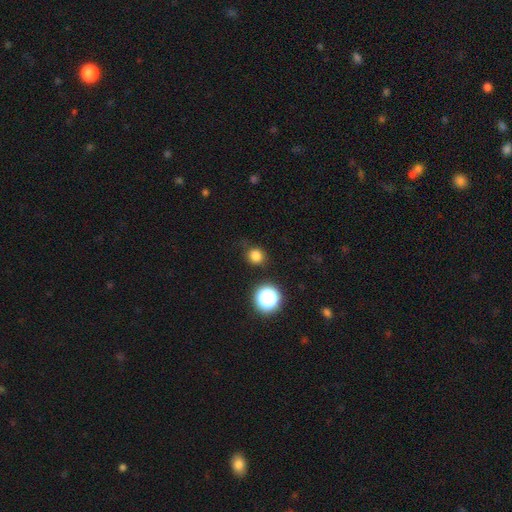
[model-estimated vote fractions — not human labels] Overall: smooth (79%). How rounded: round (89%). Merging: none (85%).